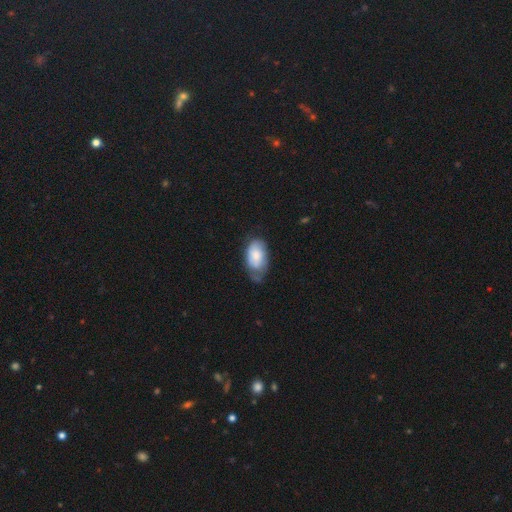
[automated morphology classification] smooth-or-featured: smooth: 70% | featured or disk: 24% | star or artifact: 6%
  how-rounded: in between: 93% | round: 5% | cigar-shaped: 2%
  merging: none: 42% | minor disturbance: 40% | major disturbance: 16% | merger: 3%